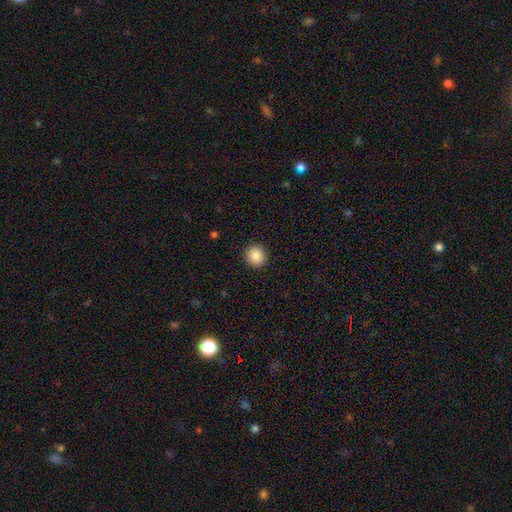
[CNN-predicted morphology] This appears to be a smooth galaxy with no disk features (88%) that is round (89%). Merging: none (91%).